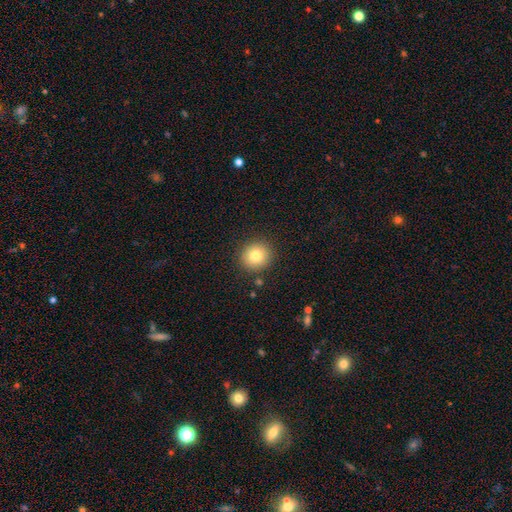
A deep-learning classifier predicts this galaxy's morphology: Smooth or featured? smooth (79%)
How rounded? round (91%)
Merging? none (89%)